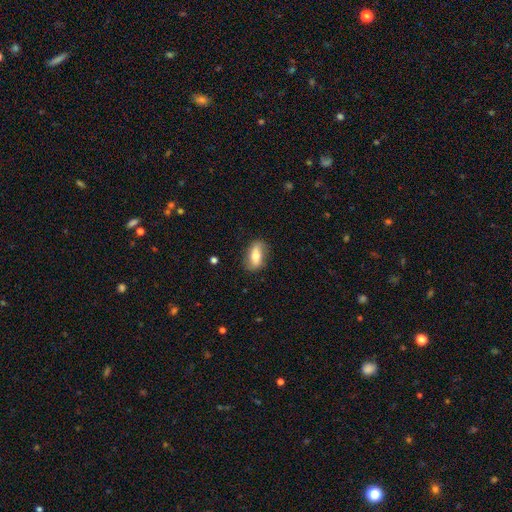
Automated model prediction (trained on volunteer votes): A smooth galaxy with no disk features (59%) that is in between round and cigar-shaped (80%).

Vote fractions:
- Smooth or featured? smooth: 59% / featured or disk: 34% / star or artifact: 7%
- How rounded? in between: 80% / cigar-shaped: 13% / round: 7%
- Merging? none: 80% / minor disturbance: 15% / major disturbance: 4% / merger: 1%